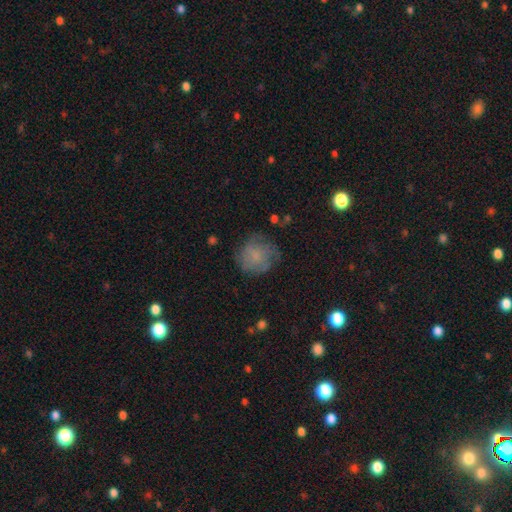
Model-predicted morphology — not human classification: A smooth galaxy with no disk features (60%) that is round (84%).

Vote fractions:
- Smooth or featured? smooth: 60% / featured or disk: 29% / star or artifact: 11%
- How rounded? round: 84% / in between: 15% / cigar-shaped: 1%
- Merging? none: 63% / minor disturbance: 23% / major disturbance: 12% / merger: 2%